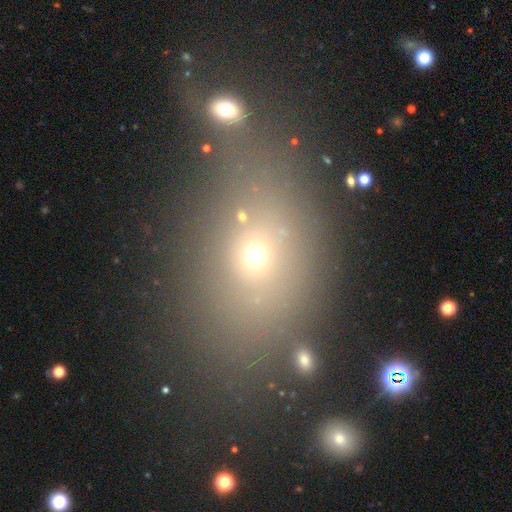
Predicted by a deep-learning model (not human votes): Smooth or featured?
  - smooth: 60% *
  - star or artifact: 24%
  - featured or disk: 16%
How rounded?
  - in between: 64% *
  - round: 33%
  - cigar-shaped: 3%
Merging?
  - none: 65% *
  - merger: 14%
  - minor disturbance: 14%
  - major disturbance: 8%